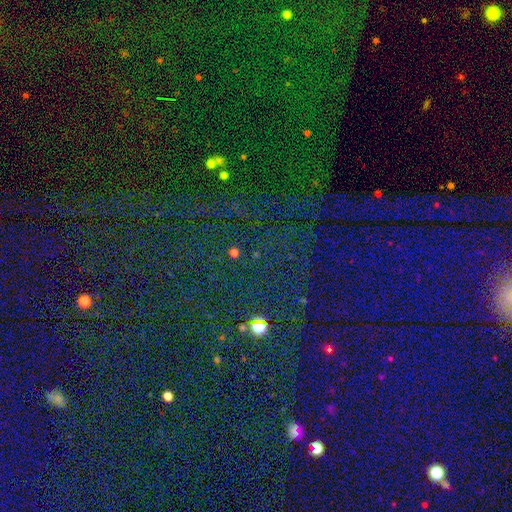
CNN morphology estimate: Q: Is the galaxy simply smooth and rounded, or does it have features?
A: star or artifact — 79%.